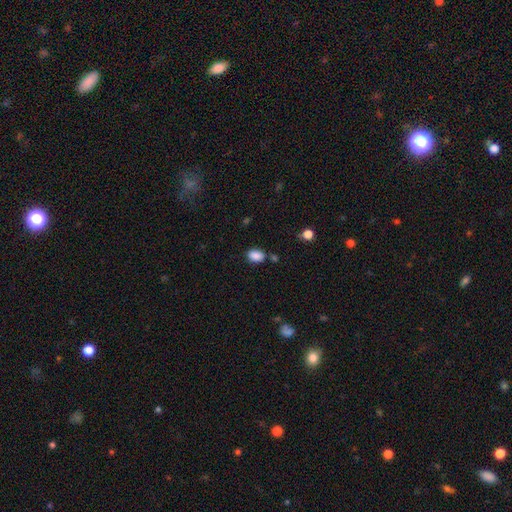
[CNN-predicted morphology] type=smooth (87%); roundness=in between (78%); merging=none (76%).